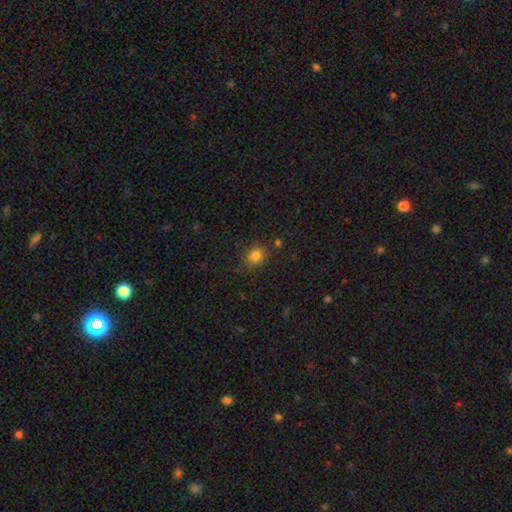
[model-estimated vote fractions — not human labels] Overall: smooth (82%). How rounded: round (55%; in between 44%). Merging: none (81%).